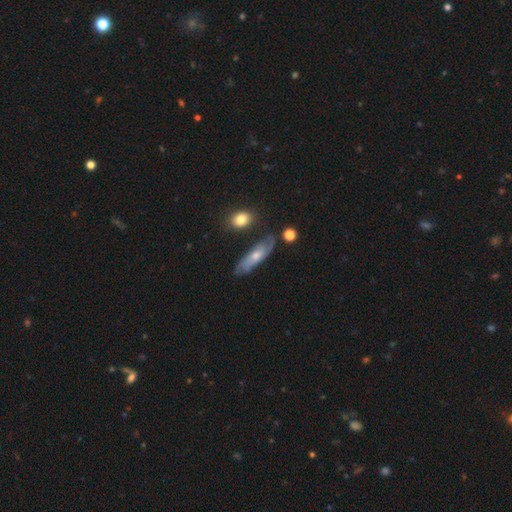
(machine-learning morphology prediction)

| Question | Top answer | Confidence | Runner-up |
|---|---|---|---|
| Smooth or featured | featured or disk | 54% | smooth (37%) |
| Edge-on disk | no | 62% | yes (38%) |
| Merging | none | 71% | minor disturbance (18%) |